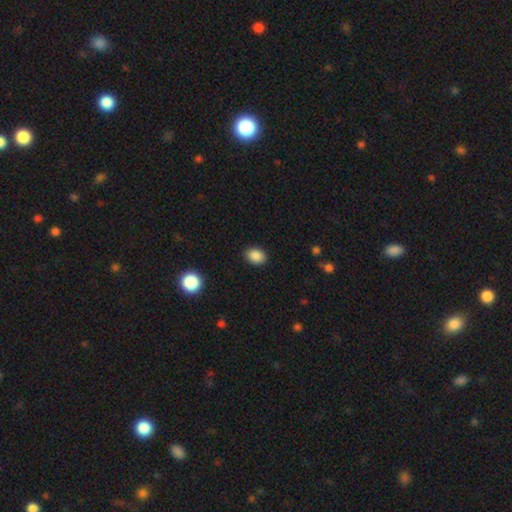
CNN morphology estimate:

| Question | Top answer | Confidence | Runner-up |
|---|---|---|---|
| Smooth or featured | smooth | 87% | star or artifact (9%) |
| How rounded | in between | 61% | round (38%) |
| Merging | none | 90% | minor disturbance (7%) |